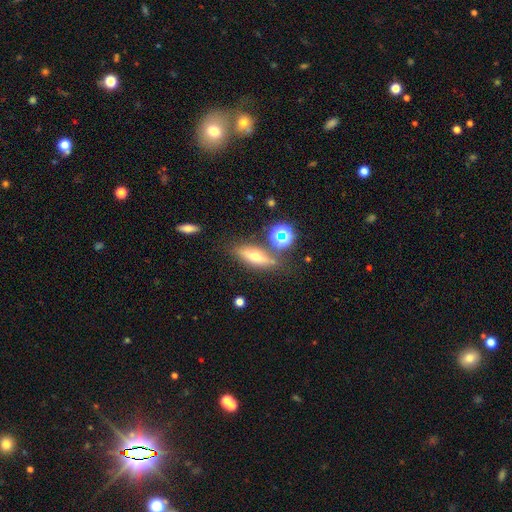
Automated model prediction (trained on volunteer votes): This appears to be a smooth galaxy with no disk features (43%). Merging: none (74%).